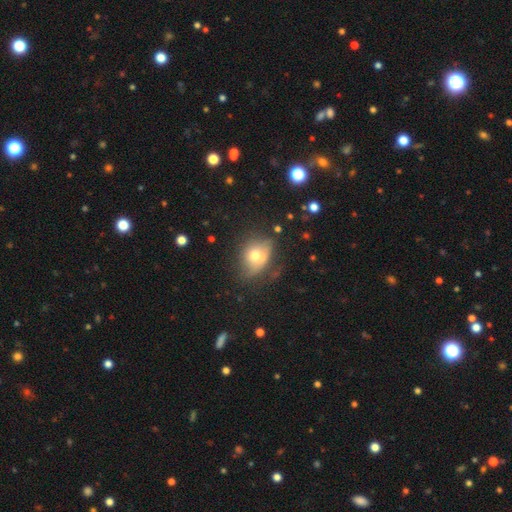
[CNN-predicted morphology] smooth_or_featured: smooth (p=0.62) [alt: featured or disk p=0.24]
how_rounded: in between (p=0.51) [alt: round p=0.47]
merging: none (p=0.51) [alt: minor disturbance p=0.29]